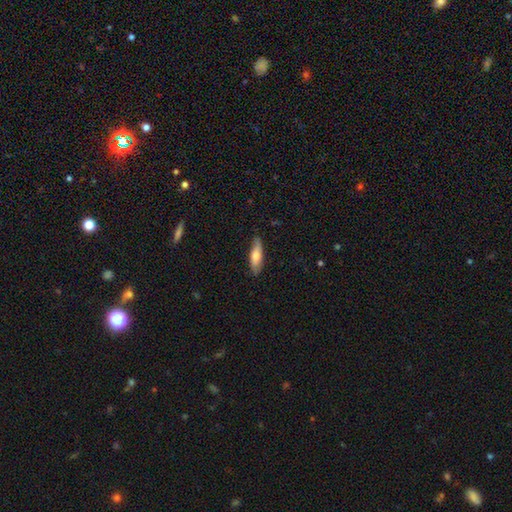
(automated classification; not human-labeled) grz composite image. It shows a smooth galaxy with no disk features (68%) that is cigar-shaped (56%). Merging: none (82%).